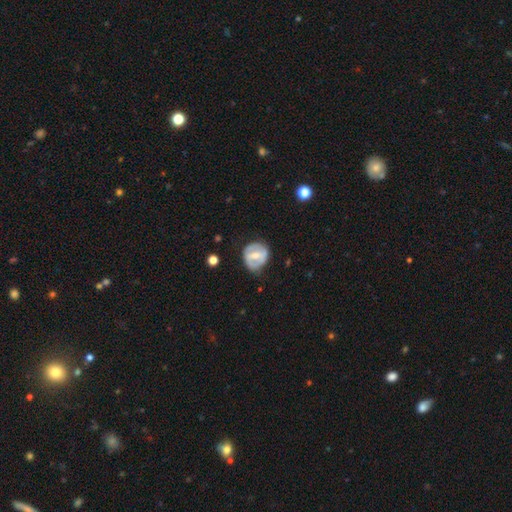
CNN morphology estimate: This is possibly a featured or disk galaxy (59%). It is clearly not viewed edge-on (96%). Bar: possibly strong (45%). Spiral arm pattern: possibly no (58%). Central bulge: possibly moderate (57%). Merging: likely none (69%).